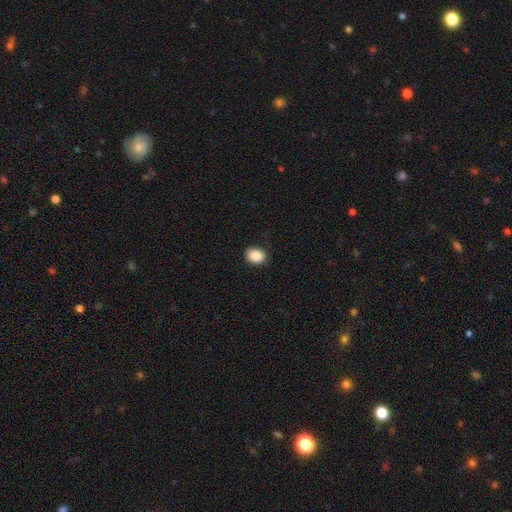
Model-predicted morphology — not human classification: Q: Smooth or featured?
A: smooth (88%); runner-up: star or artifact (8%)
Q: How rounded?
A: in between (54%); runner-up: round (45%)
Q: Merging?
A: none (87%); runner-up: minor disturbance (10%)